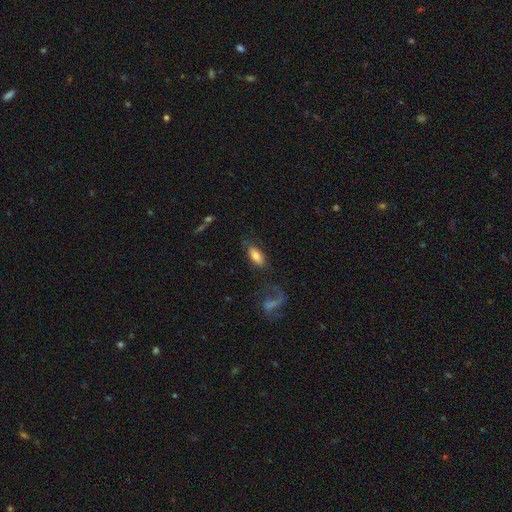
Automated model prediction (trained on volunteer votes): This is likely a smooth galaxy (72%). How rounded: clearly in between (84%). Merging: likely none (65%).